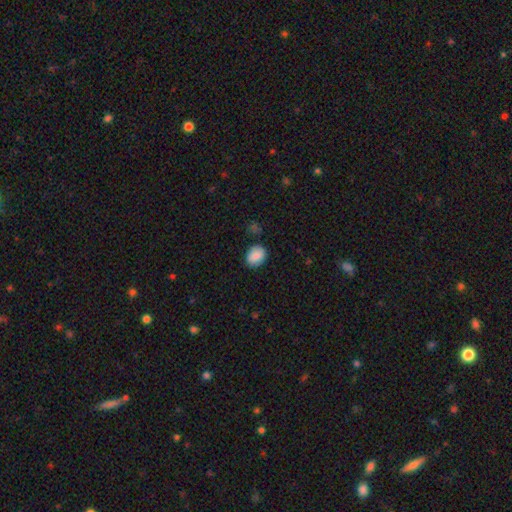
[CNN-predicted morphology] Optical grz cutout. It shows a smooth galaxy with no disk features (87%) that is in between round and cigar-shaped (63%). Merging: none (81%).